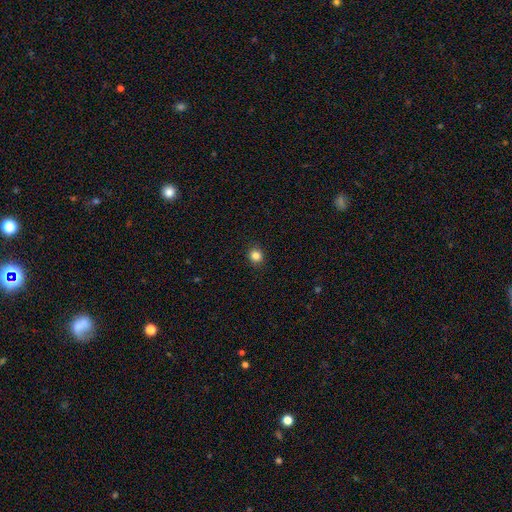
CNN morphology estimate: A smooth galaxy with no disk features (84%) that is round (84%). Merging: none (91%).